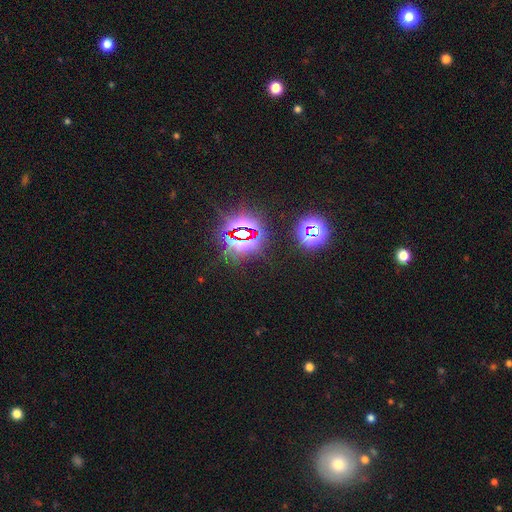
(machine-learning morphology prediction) Smooth or featured? Predicted: star or artifact (p=0.78).